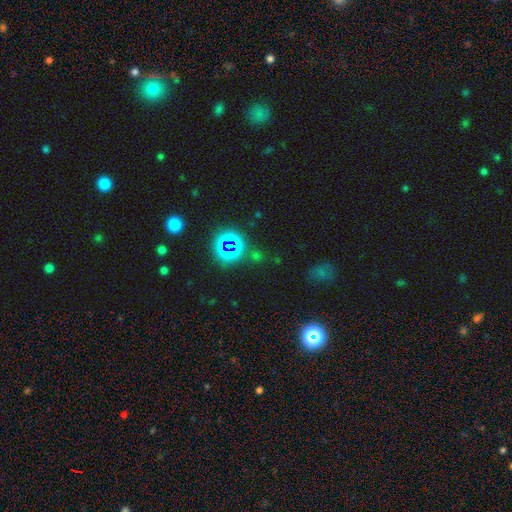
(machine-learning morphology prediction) Smooth or featured? Predicted: star or artifact (p=0.62).